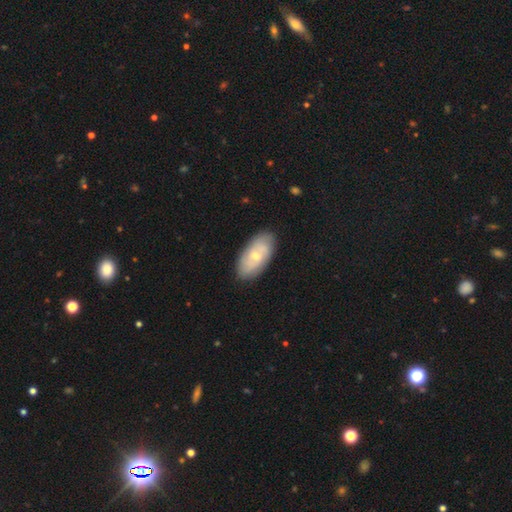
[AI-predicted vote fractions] featured or disk 48%, smooth 46%, star or artifact 6%. Down the decision tree: merging — none (85%).